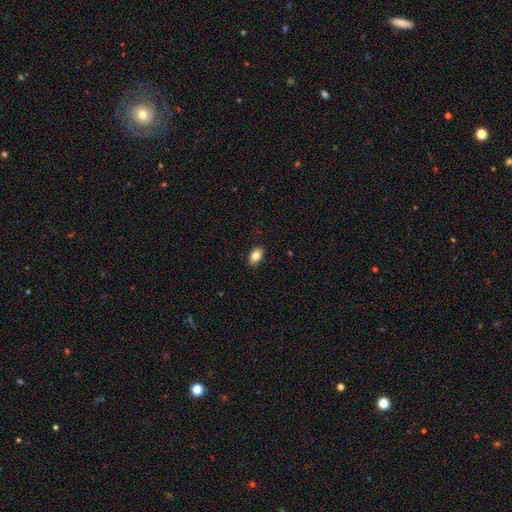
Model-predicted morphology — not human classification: smooth_or_featured: smooth (p=0.84) [alt: star or artifact p=0.08]
how_rounded: in between (p=0.86) [alt: round p=0.12]
merging: none (p=0.89) [alt: minor disturbance p=0.08]